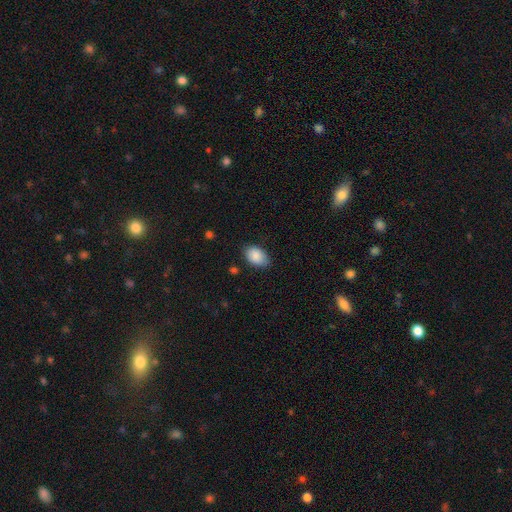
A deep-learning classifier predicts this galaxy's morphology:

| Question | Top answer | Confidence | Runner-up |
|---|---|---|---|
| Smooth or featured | smooth | 89% | star or artifact (7%) |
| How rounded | in between | 87% | round (12%) |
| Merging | none | 75% | minor disturbance (20%) |